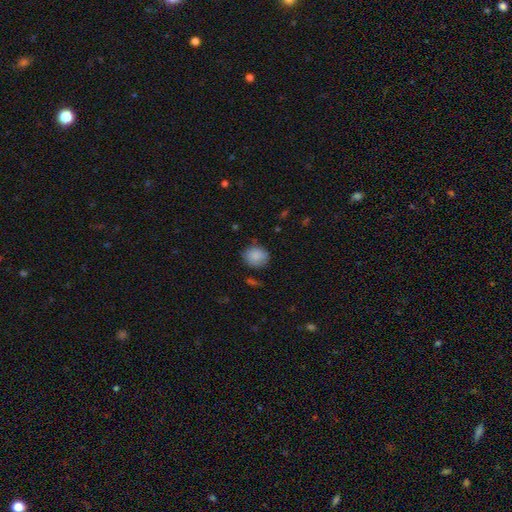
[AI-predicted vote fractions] Morphology: type=smooth (87%); roundness=round (67%); merging=none (76%).